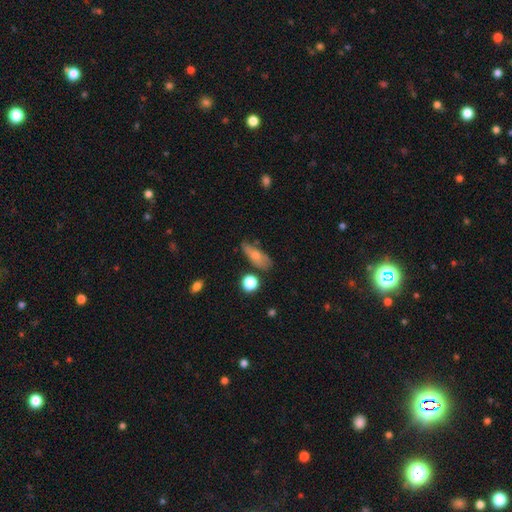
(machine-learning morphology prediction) Smooth or featured? smooth (66%)
How rounded? in between (67%)
Merging? none (61%)